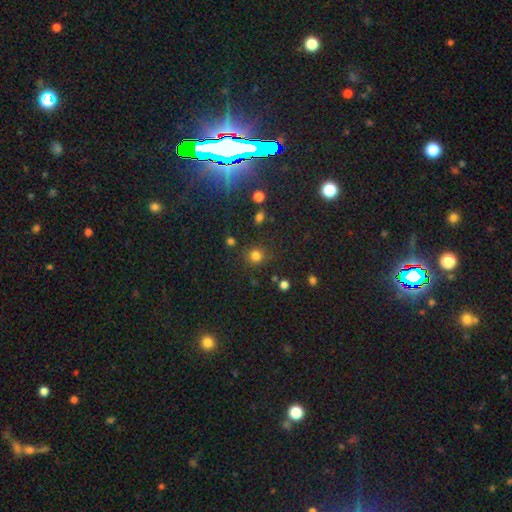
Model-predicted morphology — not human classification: type=smooth (79%); roundness=round (90%); merging=none (82%).